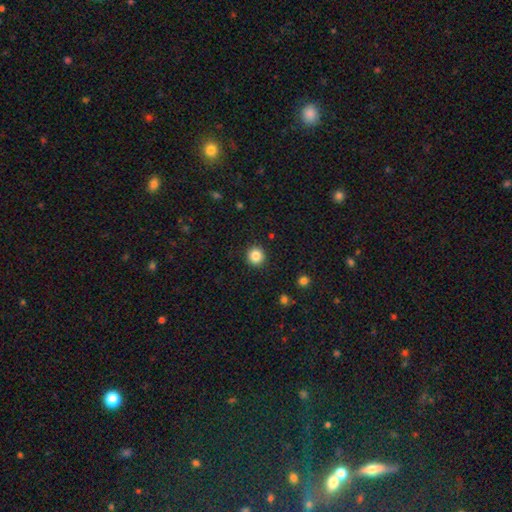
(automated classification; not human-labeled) The model was most divided on "smooth or featured": smooth: 85%, star or artifact: 10%, featured or disk: 5%. More confident: how rounded — round (93%); merging — none (92%).